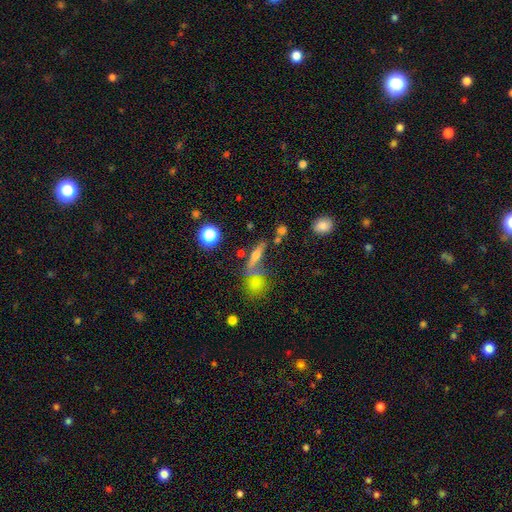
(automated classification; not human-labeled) Morphology: type=smooth (45%); merging=none (55%).